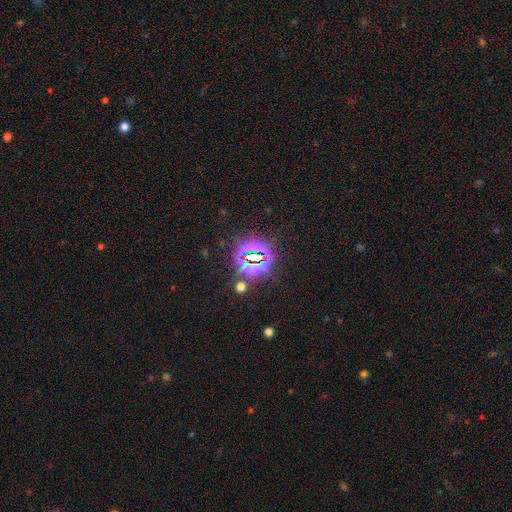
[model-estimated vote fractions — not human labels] smooth_or_featured: star or artifact (p=0.80) [alt: smooth p=0.12]